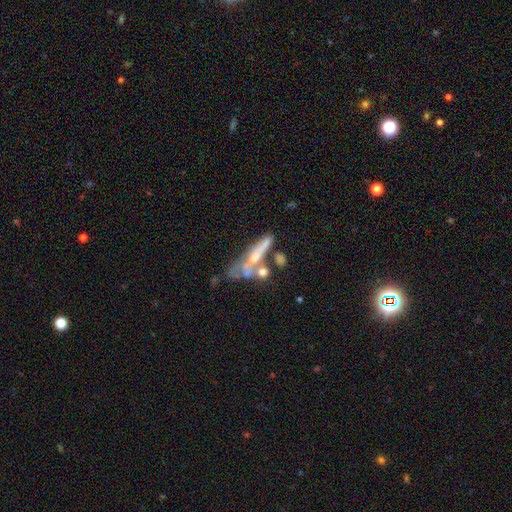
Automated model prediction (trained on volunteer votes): This is possibly a featured or disk galaxy (50%). It is likely not viewed edge-on (67%). Merging: marginally merger (39%).